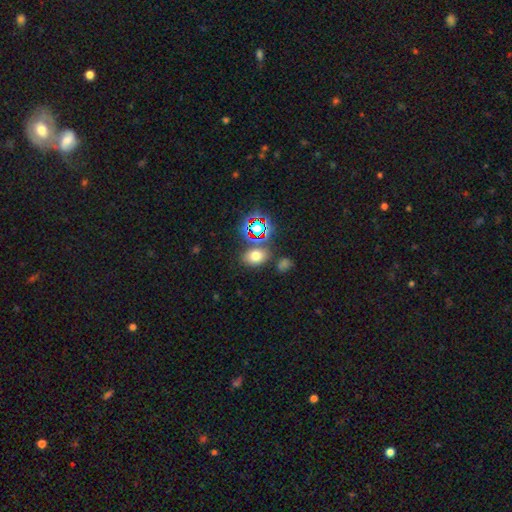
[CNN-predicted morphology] type=smooth (65%); roundness=in between (70%); merging=none (74%).